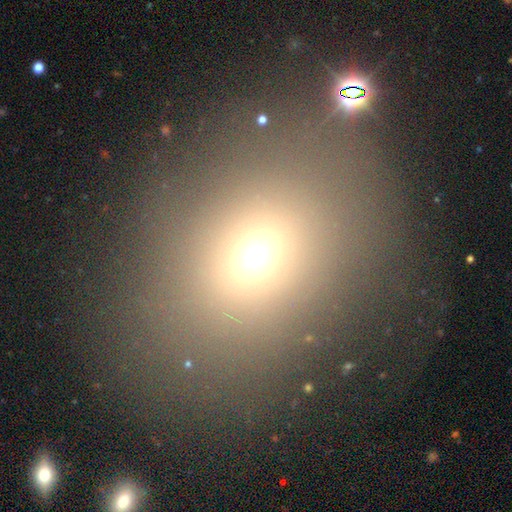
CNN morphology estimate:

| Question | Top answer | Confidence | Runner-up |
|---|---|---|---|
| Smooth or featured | smooth | 66% | star or artifact (23%) |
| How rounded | round | 53% | in between (45%) |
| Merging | none | 73% | minor disturbance (11%) |